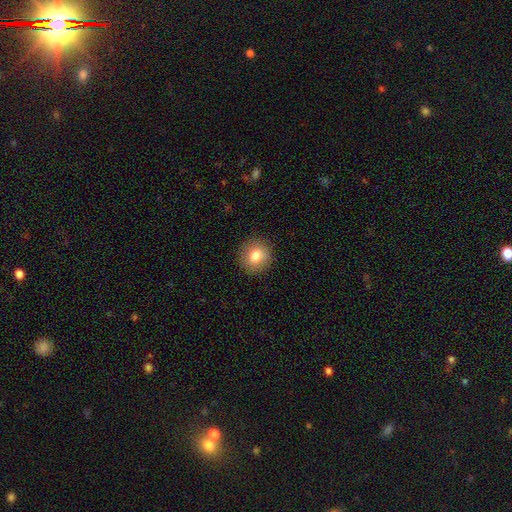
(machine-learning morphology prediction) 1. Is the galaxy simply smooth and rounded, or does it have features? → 80% smooth, 10% featured or disk, 9% star or artifact.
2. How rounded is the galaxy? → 84% round, 15% in between, 1% cigar-shaped.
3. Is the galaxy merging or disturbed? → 89% none, 8% minor disturbance, 2% major disturbance, 1% merger.